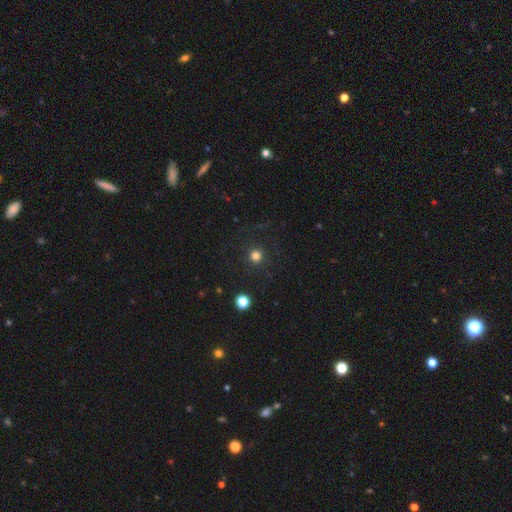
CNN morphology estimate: smooth_or_featured: smooth (p=0.78) [alt: star or artifact p=0.16]
how_rounded: round (p=0.95) [alt: in between p=0.04]
merging: none (p=0.89) [alt: minor disturbance p=0.06]